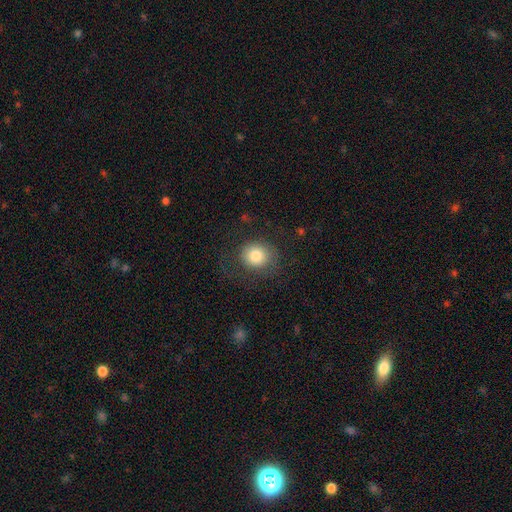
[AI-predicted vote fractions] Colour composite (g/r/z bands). It shows a smooth galaxy with no disk features (80%) that is round (77%). Merging: none (73%).